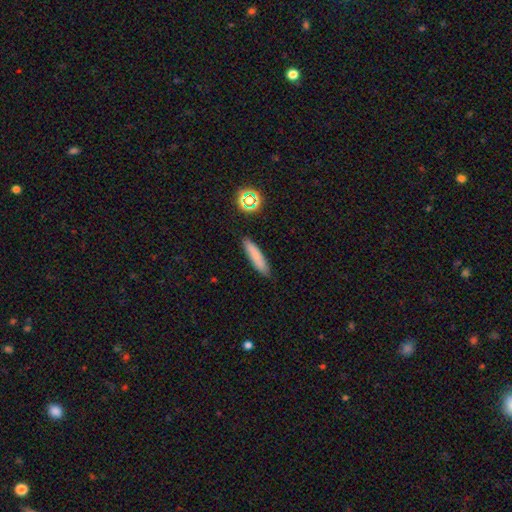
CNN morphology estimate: Q: Smooth or featured?
A: smooth (77%); runner-up: featured or disk (13%)
Q: How rounded?
A: cigar-shaped (82%); runner-up: in between (16%)
Q: Merging?
A: none (87%); runner-up: minor disturbance (10%)